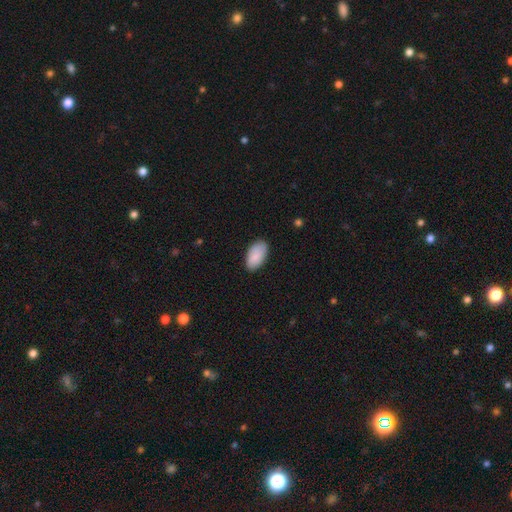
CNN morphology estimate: A smooth galaxy with no disk features (88%) that is in between round and cigar-shaped (96%).

Vote fractions:
- Smooth or featured? smooth: 88% / featured or disk: 6% / star or artifact: 6%
- How rounded? in between: 96% / round: 3% / cigar-shaped: 2%
- Merging? none: 84% / minor disturbance: 12% / major disturbance: 2% / merger: 1%